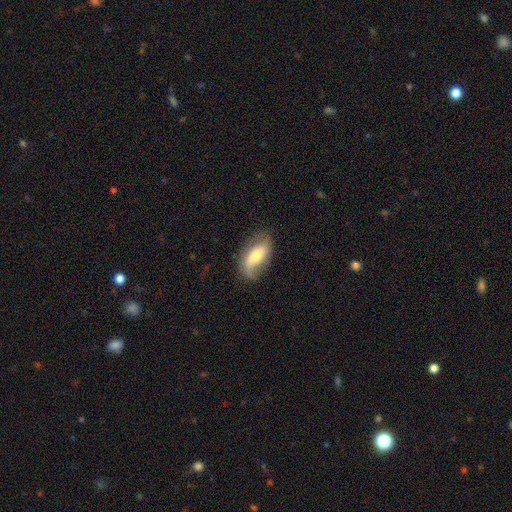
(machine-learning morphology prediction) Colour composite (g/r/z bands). It shows a featured or disk galaxy (50%). Merging: none (69%).